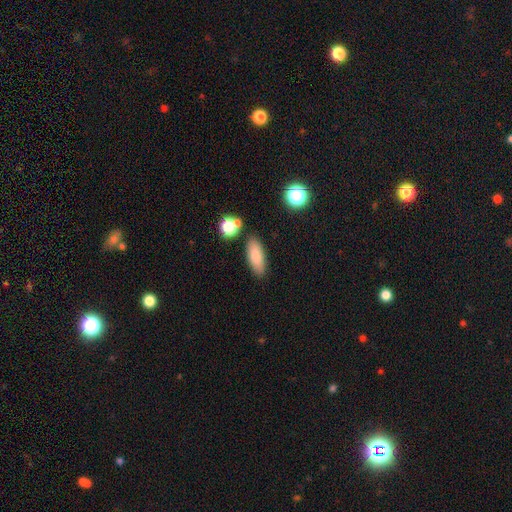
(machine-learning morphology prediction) smooth-or-featured: smooth: 81% | featured or disk: 10% | star or artifact: 8%
  how-rounded: in between: 74% | cigar-shaped: 22% | round: 3%
  merging: none: 82% | minor disturbance: 10% | merger: 5% | major disturbance: 3%